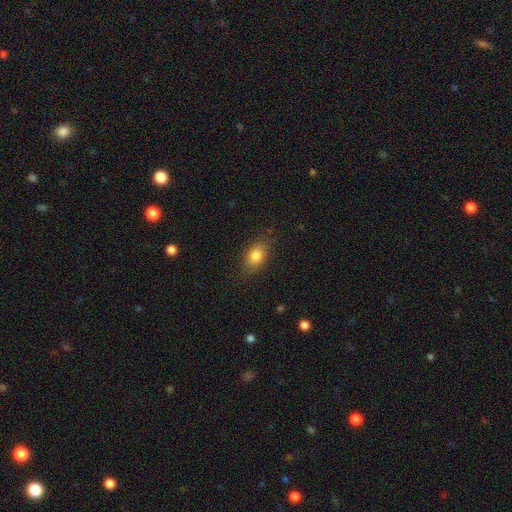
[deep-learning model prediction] Smooth or featured? smooth (82%)
How rounded? in between (80%)
Merging? none (79%)